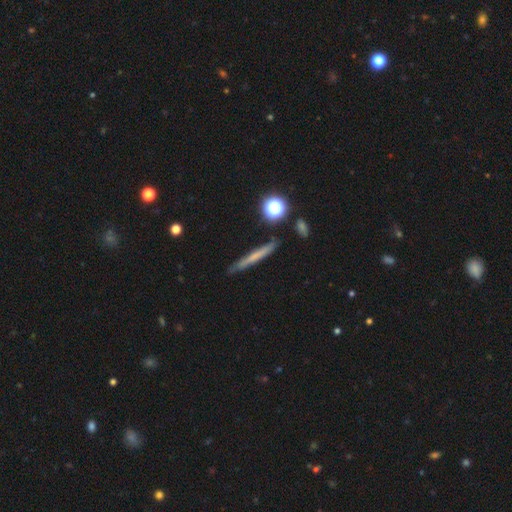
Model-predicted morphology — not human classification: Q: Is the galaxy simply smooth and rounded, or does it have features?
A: smooth — 53%.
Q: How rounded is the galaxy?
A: cigar-shaped — 92%.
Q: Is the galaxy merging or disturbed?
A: none — 84%.